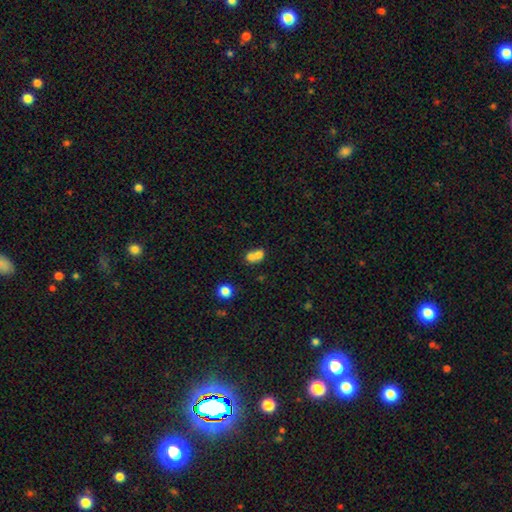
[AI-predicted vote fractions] smooth_or_featured: smooth (p=0.70) [alt: featured or disk p=0.18]
how_rounded: round (p=0.60) [alt: in between p=0.39]
merging: merger (p=0.68) [alt: none p=0.23]